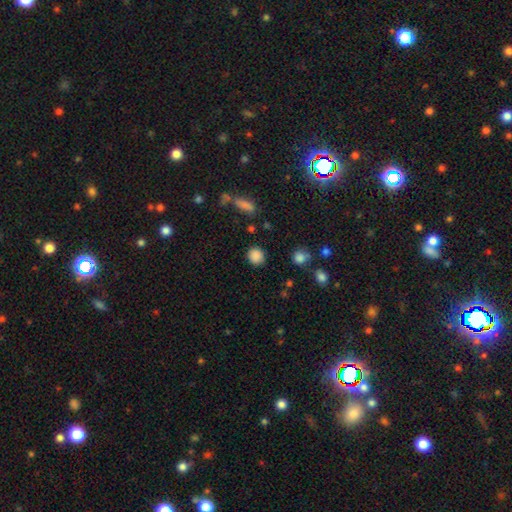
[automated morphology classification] The model was most divided on "how rounded": round: 84%, in between: 15%, cigar-shaped: 1%. More confident: smooth or featured — smooth (86%); merging — none (85%).